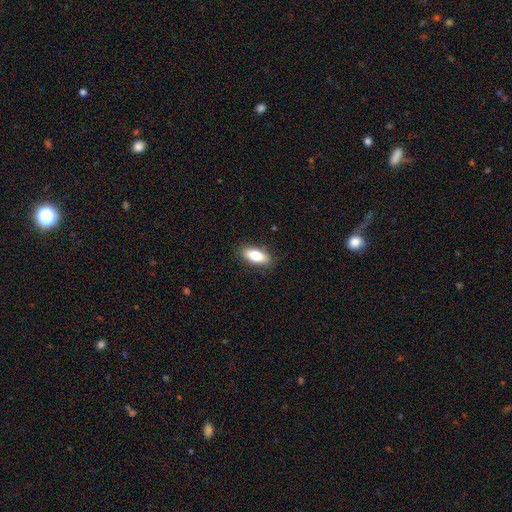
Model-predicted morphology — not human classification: smooth 77%, featured or disk 16%, star or artifact 7%. Down the decision tree: how rounded — in between (81%); merging — none (88%).